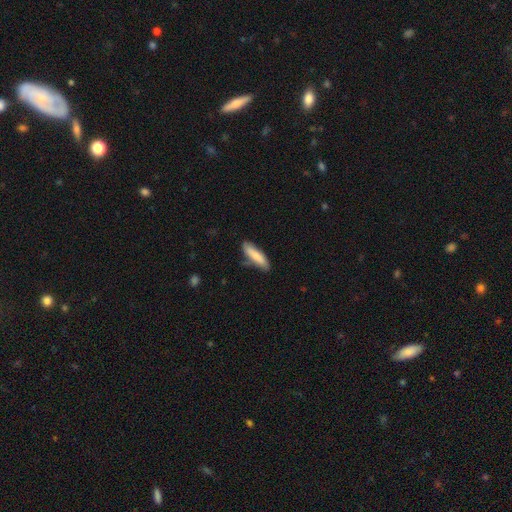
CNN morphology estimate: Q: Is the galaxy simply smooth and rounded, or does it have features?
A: smooth — 80%.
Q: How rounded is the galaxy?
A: cigar-shaped — 65%.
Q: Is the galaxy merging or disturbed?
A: none — 73%.